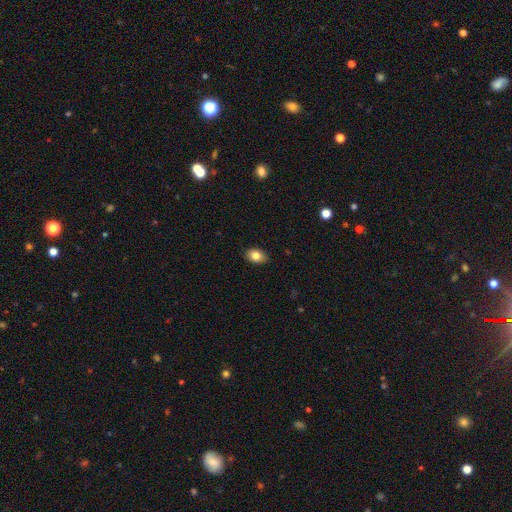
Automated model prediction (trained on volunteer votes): Smooth or featured?
  - smooth: 82% *
  - featured or disk: 9%
  - star or artifact: 9%
How rounded?
  - in between: 80% *
  - round: 19%
  - cigar-shaped: 1%
Merging?
  - none: 87% *
  - minor disturbance: 10%
  - major disturbance: 2%
  - merger: 1%